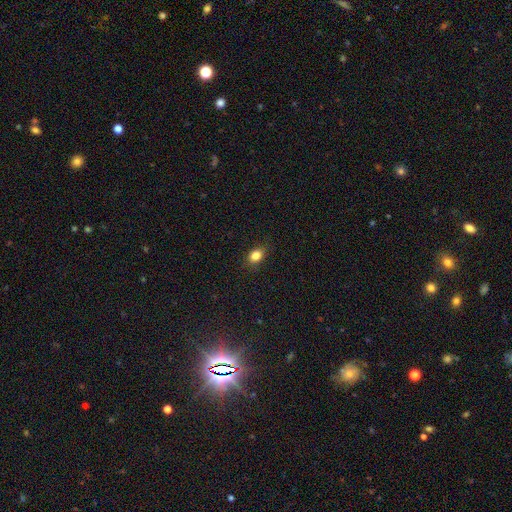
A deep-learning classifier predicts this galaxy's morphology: Overall: smooth (83%). How rounded: in between (64%; round 34%). Merging: none (83%).